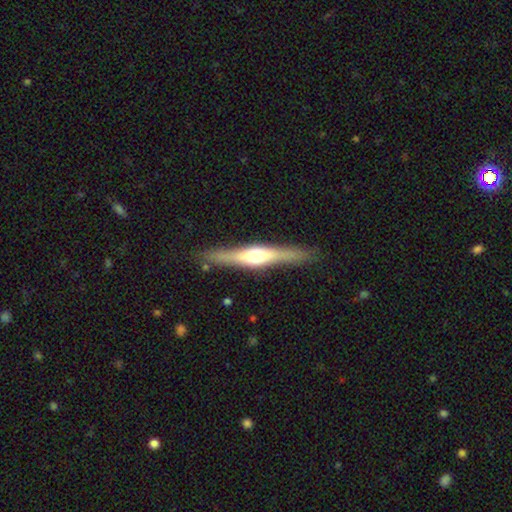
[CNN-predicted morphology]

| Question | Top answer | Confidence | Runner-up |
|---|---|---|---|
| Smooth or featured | featured or disk | 68% | smooth (27%) |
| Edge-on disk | yes | 95% | no (5%) |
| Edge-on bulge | rounded | 91% | boxy (6%) |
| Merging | none | 87% | minor disturbance (9%) |